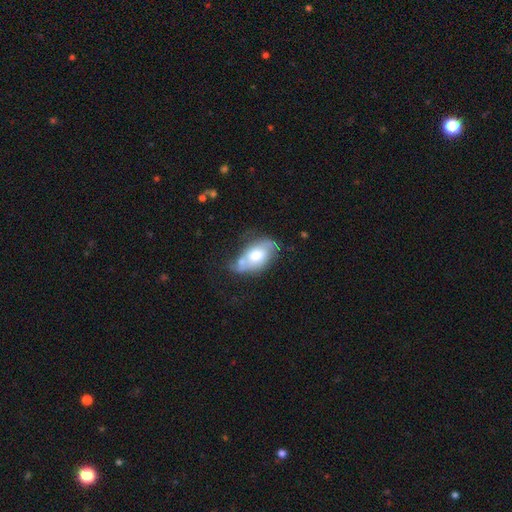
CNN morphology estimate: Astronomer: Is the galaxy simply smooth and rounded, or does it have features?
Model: featured or disk — 49% (runner-up: smooth, 44%).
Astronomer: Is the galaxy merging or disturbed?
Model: none — 39% (runner-up: minor disturbance, 29%).